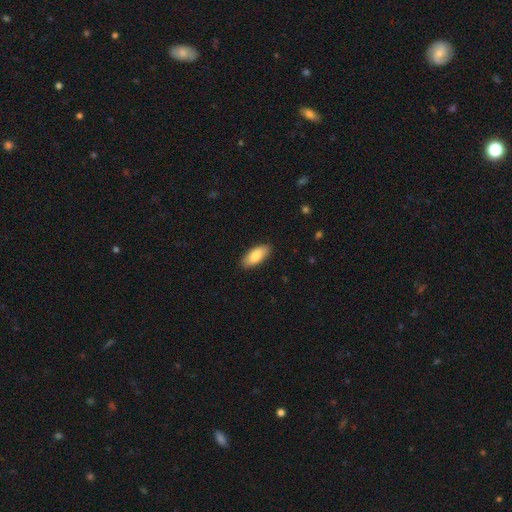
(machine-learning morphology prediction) This is clearly a smooth galaxy (85%). How rounded: clearly in between (86%). Merging: clearly none (88%).